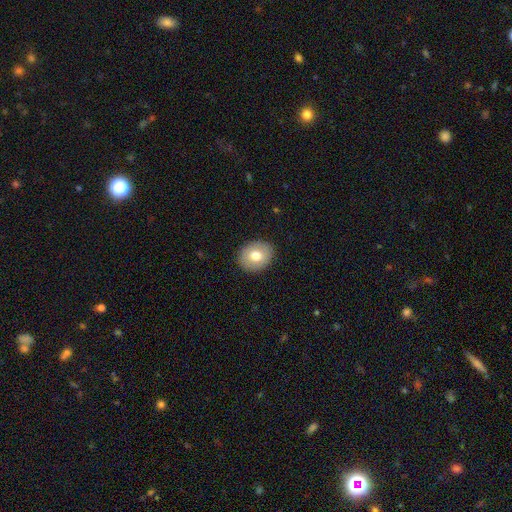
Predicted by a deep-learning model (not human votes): This is likely a smooth galaxy (75%). How rounded: possibly round (58%). Merging: clearly none (89%).